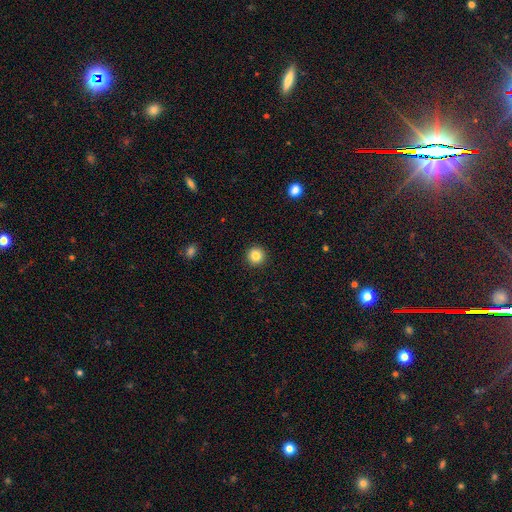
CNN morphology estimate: smooth-or-featured: smooth: 85% | star or artifact: 10% | featured or disk: 5%
  how-rounded: round: 96% | in between: 3% | cigar-shaped: 1%
  merging: none: 93% | minor disturbance: 4% | major disturbance: 2% | merger: 1%